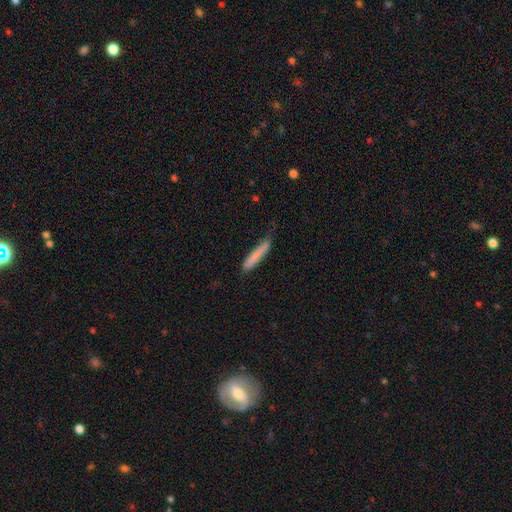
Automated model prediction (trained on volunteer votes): smooth 79%, featured or disk 15%, star or artifact 6%. Down the decision tree: how rounded — cigar-shaped (94%); merging — none (74%).